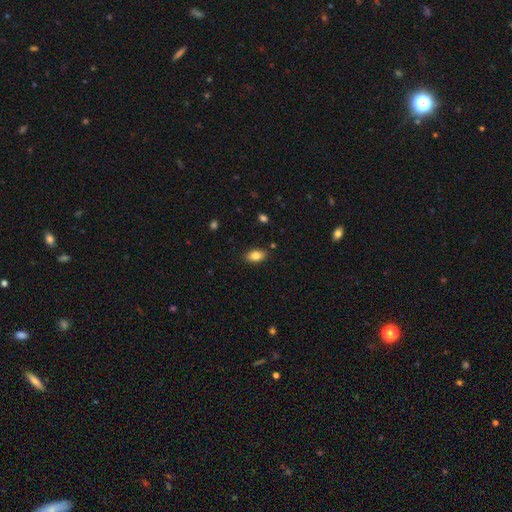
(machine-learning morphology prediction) smooth_or_featured: smooth (p=0.84) [alt: star or artifact p=0.08]
how_rounded: in between (p=0.90) [alt: round p=0.07]
merging: none (p=0.86) [alt: minor disturbance p=0.10]